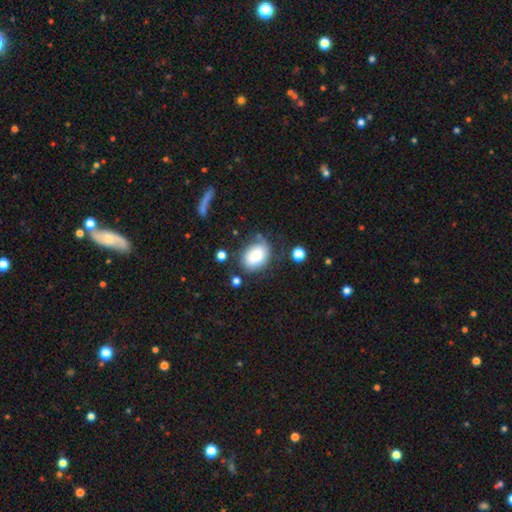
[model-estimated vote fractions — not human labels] smooth-or-featured: smooth: 81% | featured or disk: 11% | star or artifact: 8%
  how-rounded: in between: 75% | round: 24% | cigar-shaped: 1%
  merging: none: 55% | minor disturbance: 27% | major disturbance: 12% | merger: 6%